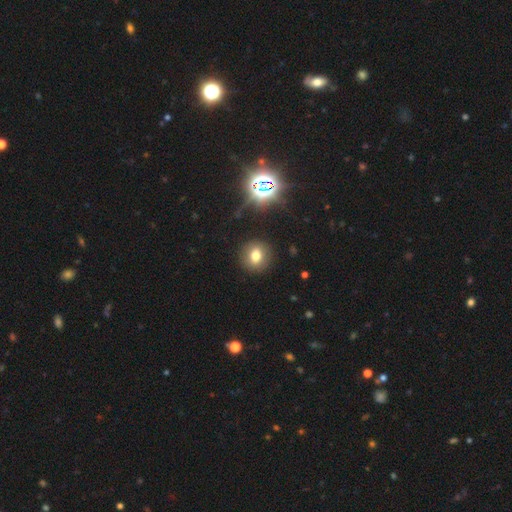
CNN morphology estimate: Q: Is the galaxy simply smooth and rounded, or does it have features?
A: smooth — 71%.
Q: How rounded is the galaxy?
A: round — 84%.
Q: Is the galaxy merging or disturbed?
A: none — 89%.